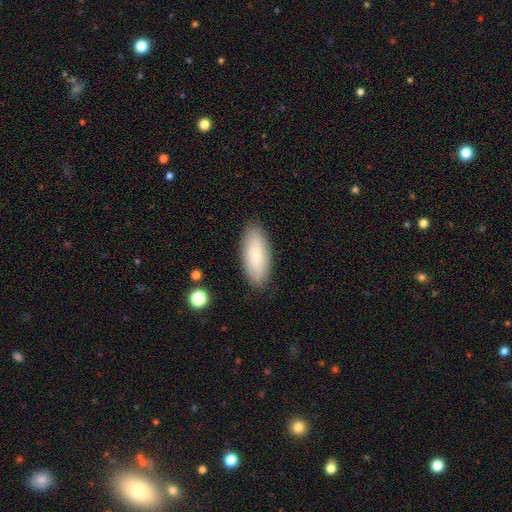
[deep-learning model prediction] This appears to be a smooth galaxy with no disk features (79%) that is in between round and cigar-shaped (82%). Merging: none (87%).